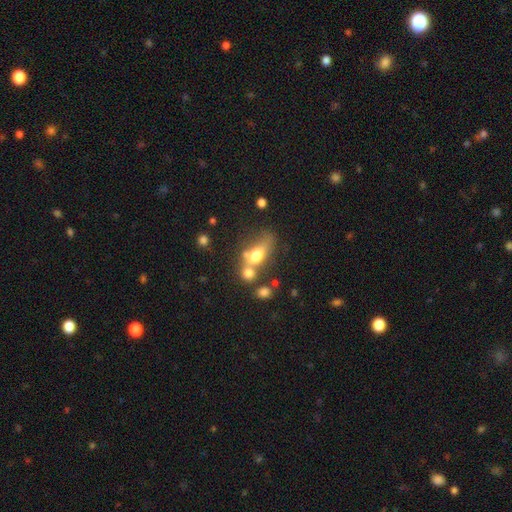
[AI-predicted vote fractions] This appears to be a smooth galaxy with no disk features (65%) that is in between round and cigar-shaped (68%). Merging: merger (43%).